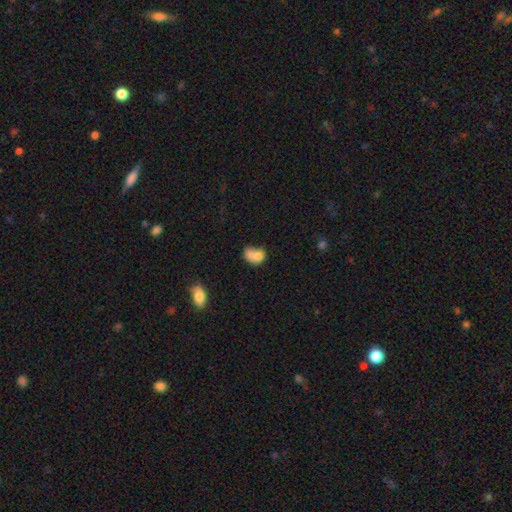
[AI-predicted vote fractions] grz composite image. It shows a smooth galaxy with no disk features (73%) that is in between round and cigar-shaped (58%). Merging: merger (59%).